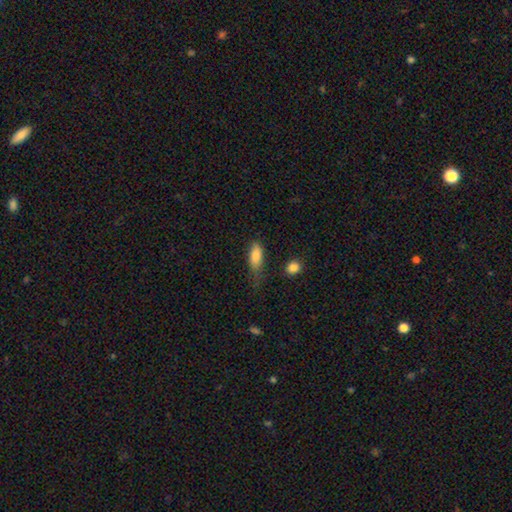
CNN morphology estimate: Q: Smooth or featured?
A: smooth (83%); runner-up: featured or disk (10%)
Q: How rounded?
A: in between (80%); runner-up: cigar-shaped (17%)
Q: Merging?
A: none (46%); runner-up: minor disturbance (36%)